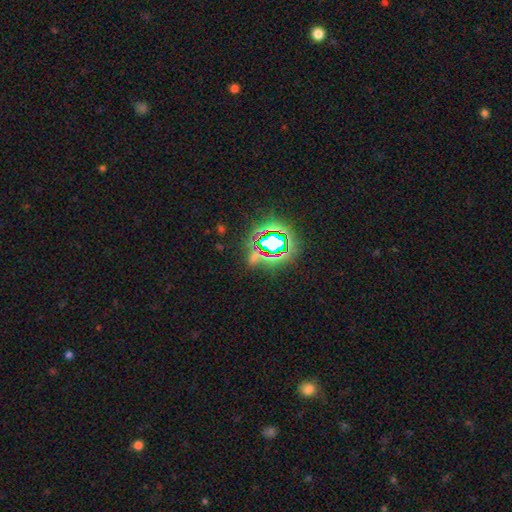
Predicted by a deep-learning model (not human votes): star or artifact 74%, smooth 14%, featured or disk 11%.